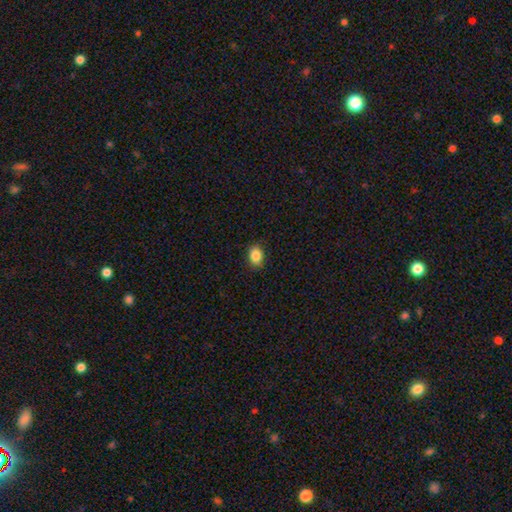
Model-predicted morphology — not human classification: Smooth or featured: smooth — 86% (star or artifact — 9%)
How rounded: in between — 71% (round — 28%)
Merging: none — 84% (minor disturbance — 13%)